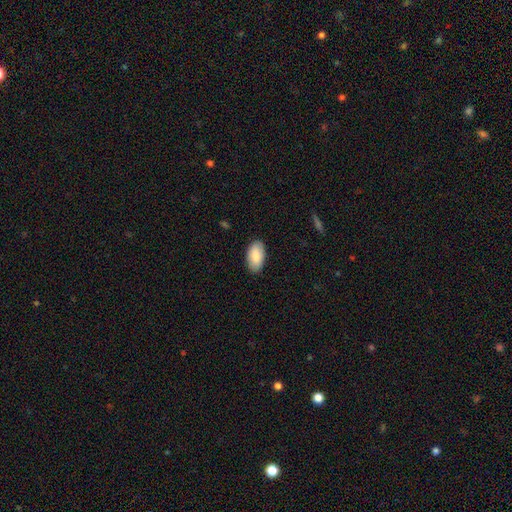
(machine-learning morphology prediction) Smooth or featured? smooth (88%)
How rounded? in between (96%)
Merging? none (87%)